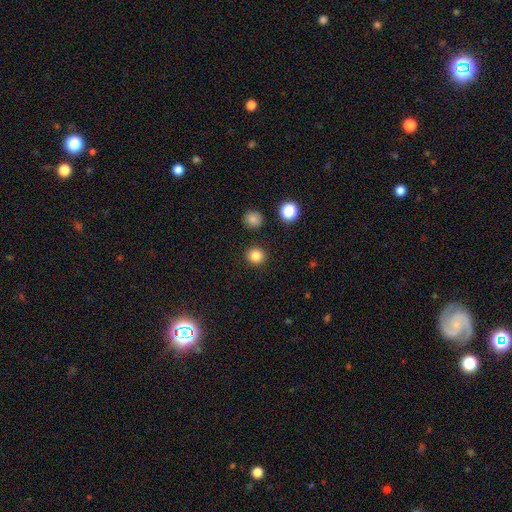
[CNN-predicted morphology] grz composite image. It shows a smooth galaxy with no disk features (84%) that is round (91%). Merging: none (91%).